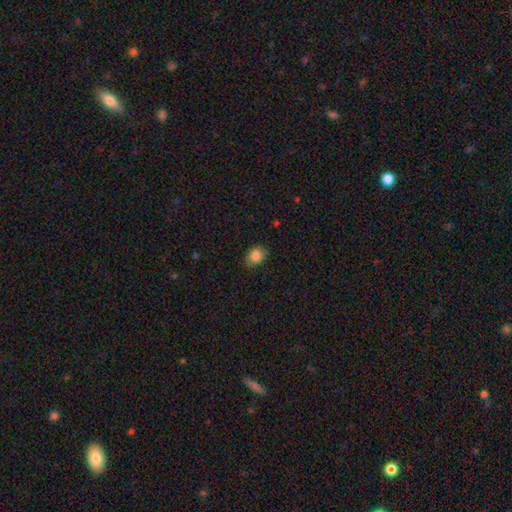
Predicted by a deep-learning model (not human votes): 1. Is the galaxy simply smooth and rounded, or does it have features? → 85% smooth, 9% star or artifact, 5% featured or disk.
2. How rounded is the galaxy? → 67% in between, 32% round, 1% cigar-shaped.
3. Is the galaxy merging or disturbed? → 81% none, 15% minor disturbance, 3% major disturbance, 1% merger.